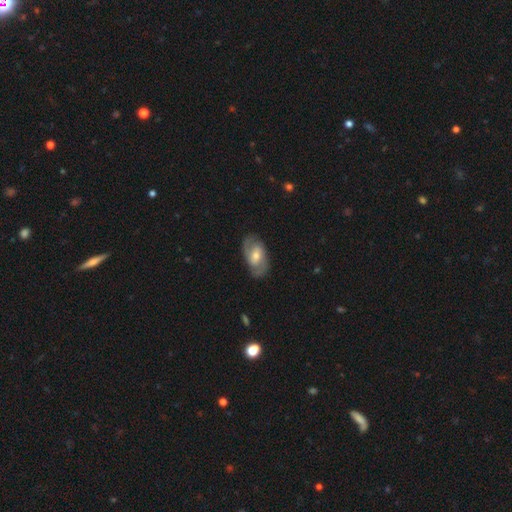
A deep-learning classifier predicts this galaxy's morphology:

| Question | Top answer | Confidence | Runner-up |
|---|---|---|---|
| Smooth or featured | featured or disk | 67% | smooth (27%) |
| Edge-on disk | no | 95% | yes (5%) |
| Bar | weak | 47% | no (37%) |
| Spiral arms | yes | 84% | no (16%) |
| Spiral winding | medium | 48% | tight (30%) |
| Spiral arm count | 2 | 82% | can't tell (11%) |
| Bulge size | moderate | 57% | small (36%) |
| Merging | none | 78% | minor disturbance (15%) |